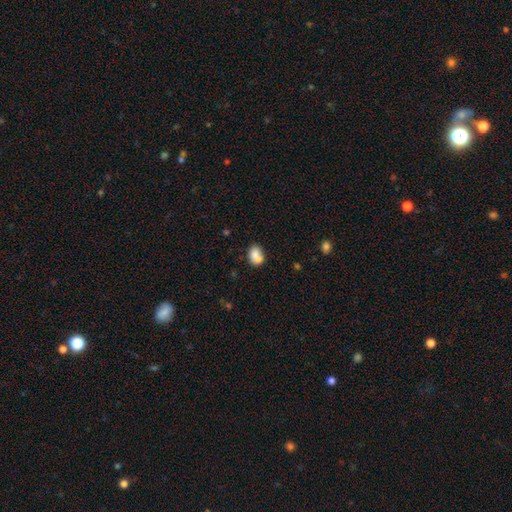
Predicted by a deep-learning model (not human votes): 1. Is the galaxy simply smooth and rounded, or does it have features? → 80% smooth, 12% featured or disk, 9% star or artifact.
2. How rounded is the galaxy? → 68% in between, 31% round, 1% cigar-shaped.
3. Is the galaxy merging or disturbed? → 47% none, 31% merger, 17% minor disturbance, 5% major disturbance.